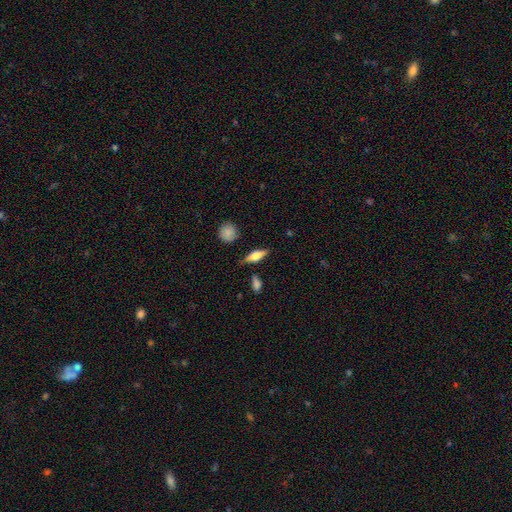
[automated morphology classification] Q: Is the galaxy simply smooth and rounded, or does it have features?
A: smooth — 51%.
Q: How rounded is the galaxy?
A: in between — 60%.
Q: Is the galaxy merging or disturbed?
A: none — 80%.